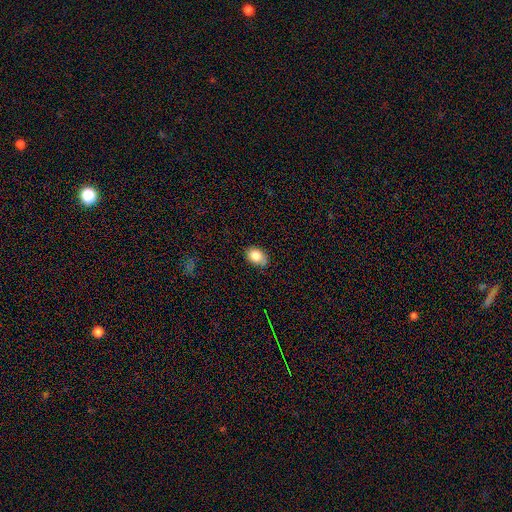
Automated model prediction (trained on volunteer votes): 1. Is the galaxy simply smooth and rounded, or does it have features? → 83% smooth, 8% star or artifact, 8% featured or disk.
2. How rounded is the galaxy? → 77% in between, 22% round, 1% cigar-shaped.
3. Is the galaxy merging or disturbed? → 69% none, 25% minor disturbance, 4% major disturbance, 2% merger.